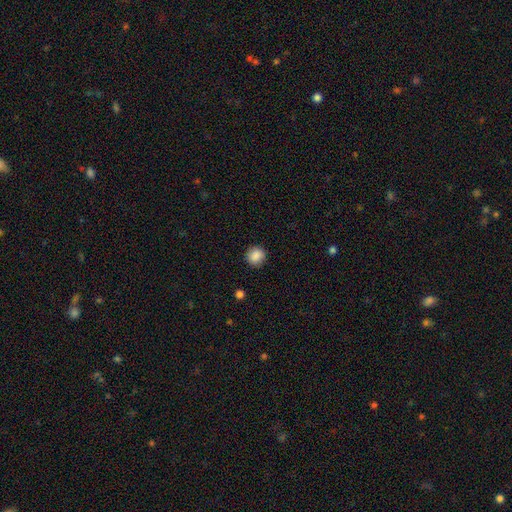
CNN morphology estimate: smooth-or-featured: smooth: 88% | star or artifact: 9% | featured or disk: 3%
  how-rounded: round: 90% | in between: 9% | cigar-shaped: 1%
  merging: none: 90% | minor disturbance: 7% | major disturbance: 2% | merger: 1%